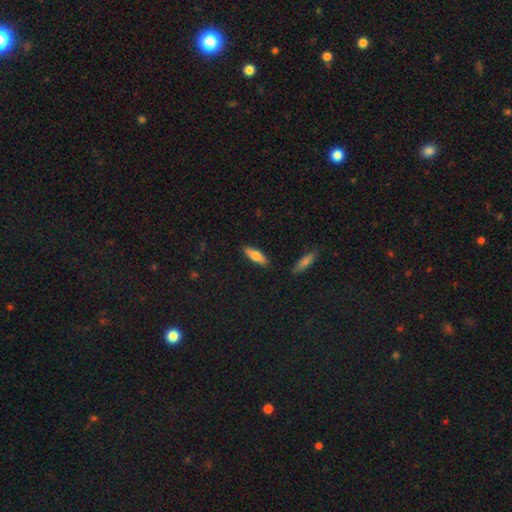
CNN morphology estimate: Smooth or featured? Predicted: smooth (p=0.66). How rounded? Predicted: cigar-shaped (p=0.55). Merging? Predicted: none (p=0.87).